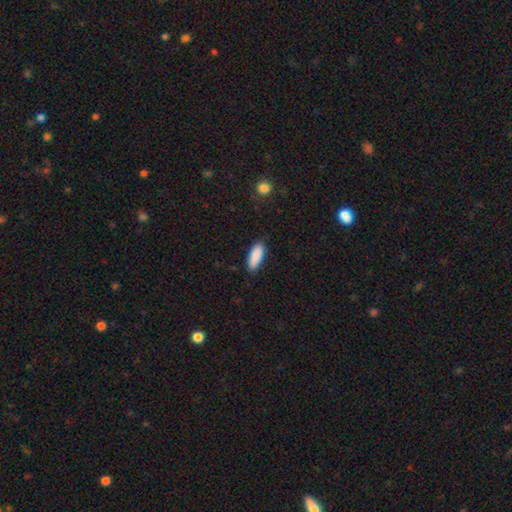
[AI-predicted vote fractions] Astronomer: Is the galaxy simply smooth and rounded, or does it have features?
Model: smooth — 90%.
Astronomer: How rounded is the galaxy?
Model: in between — 75%.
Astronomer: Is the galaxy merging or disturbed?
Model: none — 86%.